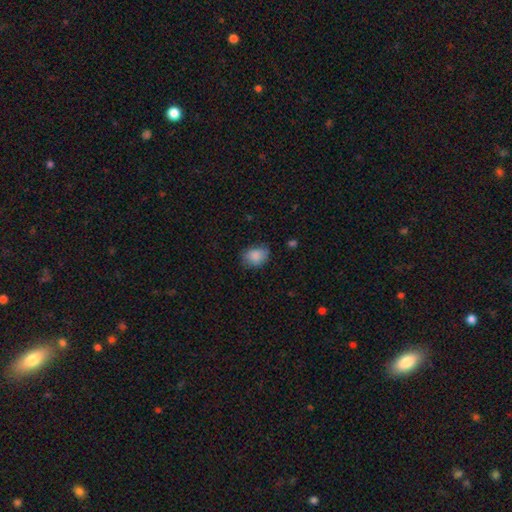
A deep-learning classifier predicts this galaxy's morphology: Smooth or featured?
  - smooth: 86% *
  - star or artifact: 8%
  - featured or disk: 6%
How rounded?
  - in between: 58% *
  - round: 41%
  - cigar-shaped: 1%
Merging?
  - none: 67% *
  - minor disturbance: 26%
  - major disturbance: 6%
  - merger: 1%